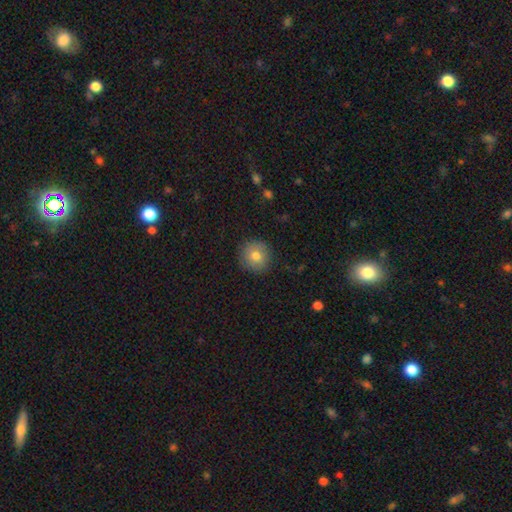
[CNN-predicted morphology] Smooth or featured?
  - smooth: 78% *
  - featured or disk: 12%
  - star or artifact: 10%
How rounded?
  - round: 93% *
  - in between: 6%
  - cigar-shaped: 1%
Merging?
  - none: 89% *
  - minor disturbance: 8%
  - major disturbance: 2%
  - merger: 1%